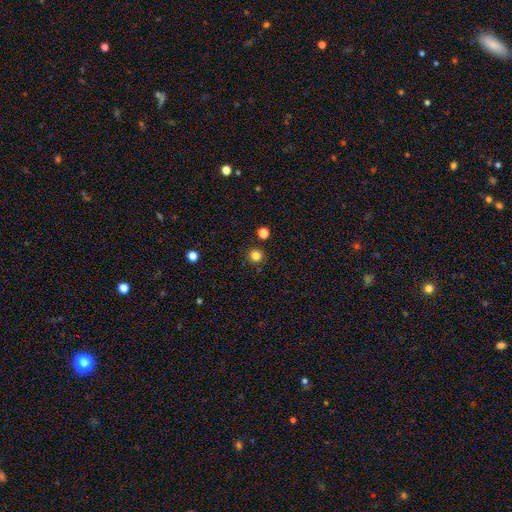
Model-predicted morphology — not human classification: Smooth or featured?
  - smooth: 82% *
  - star or artifact: 14%
  - featured or disk: 4%
How rounded?
  - round: 94% *
  - in between: 5%
  - cigar-shaped: 1%
Merging?
  - none: 89% *
  - minor disturbance: 6%
  - merger: 3%
  - major disturbance: 2%